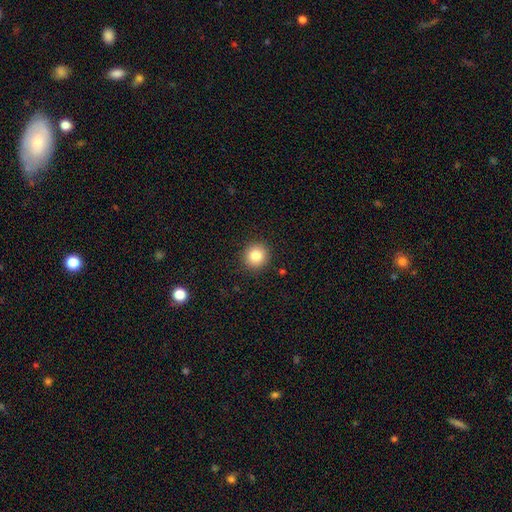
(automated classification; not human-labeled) This appears to be a smooth galaxy with no disk features (83%) that is round (93%). Merging: none (91%).